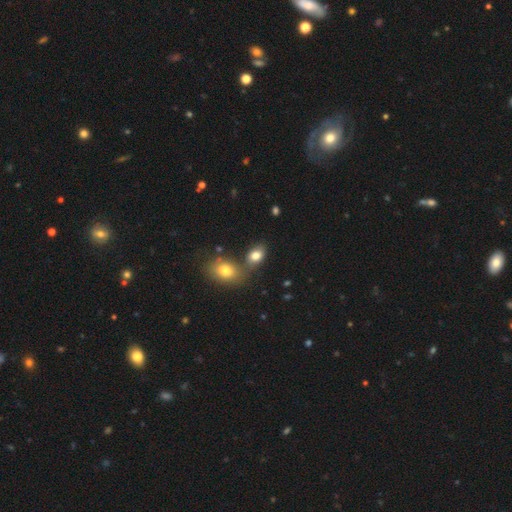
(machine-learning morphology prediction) Smooth or featured? smooth (79%)
How rounded? in between (81%)
Merging? none (49%)